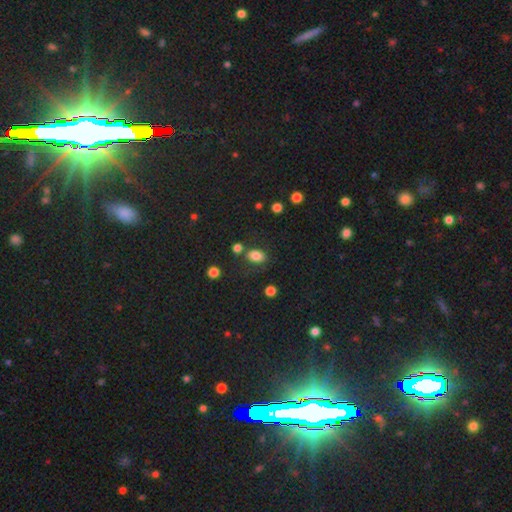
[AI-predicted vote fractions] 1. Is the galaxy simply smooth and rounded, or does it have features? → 81% smooth, 12% star or artifact, 7% featured or disk.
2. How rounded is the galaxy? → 78% in between, 20% round, 1% cigar-shaped.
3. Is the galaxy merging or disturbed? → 72% none, 14% minor disturbance, 9% merger, 5% major disturbance.